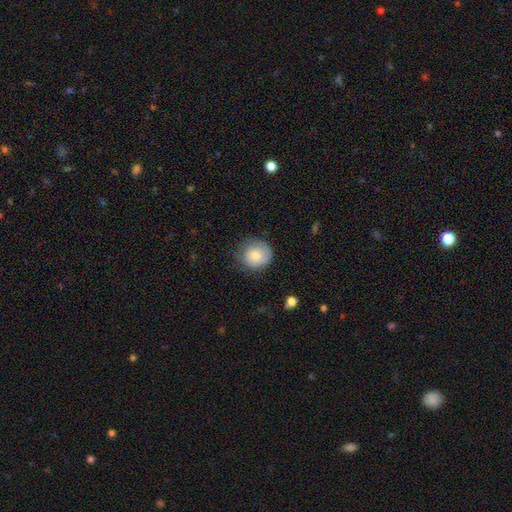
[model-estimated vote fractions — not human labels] Overall: smooth (76%). How rounded: round (85%). Merging: none (66%).